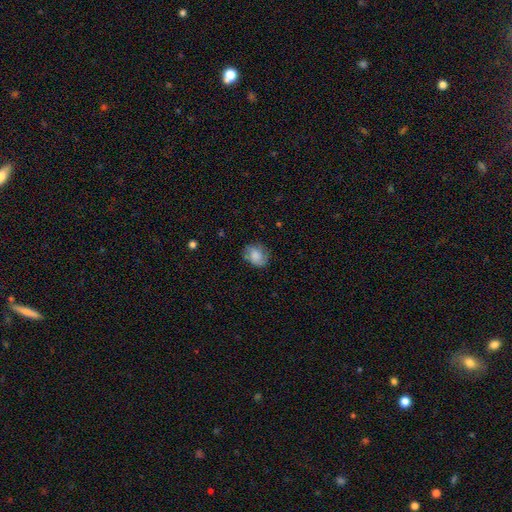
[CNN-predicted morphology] Q: Smooth or featured?
A: smooth (70%); runner-up: featured or disk (22%)
Q: How rounded?
A: in between (50%); runner-up: round (48%)
Q: Merging?
A: none (69%); runner-up: minor disturbance (22%)